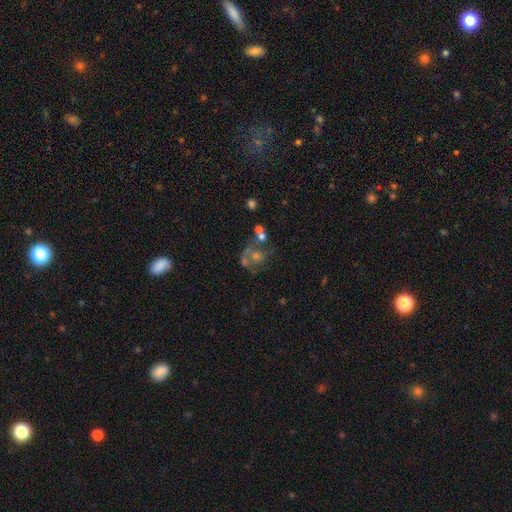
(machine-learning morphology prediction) Smooth or featured: featured or disk — 48% (smooth — 28%)
Merging: none — 41% (merger — 23%)